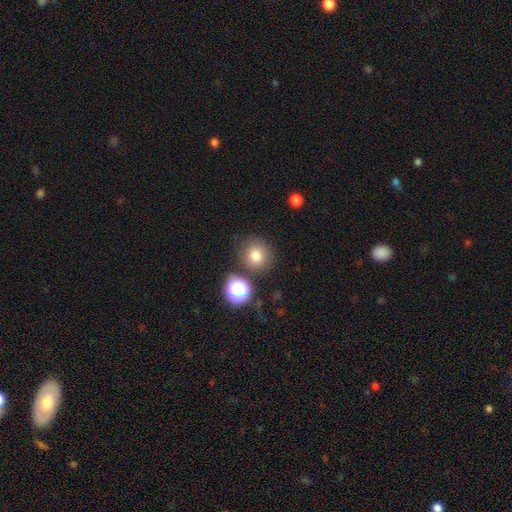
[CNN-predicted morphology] A smooth galaxy with no disk features (77%) that is round (91%). Merging: none (81%).